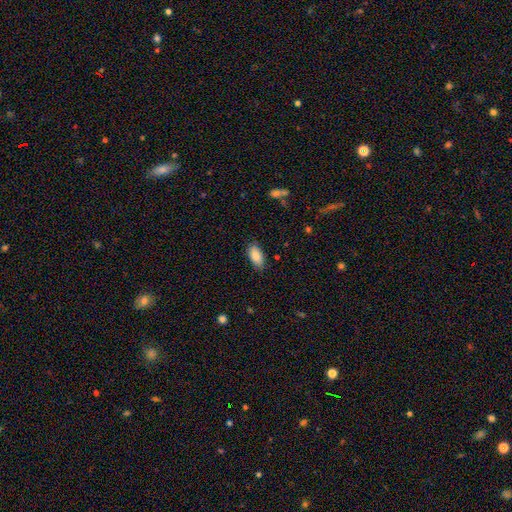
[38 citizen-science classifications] Smooth or featured: smooth — 89% (featured or disk — 5%)
How rounded: in between — 97% (round — 3%)
Merging: none — 67% (minor disturbance — 28%)